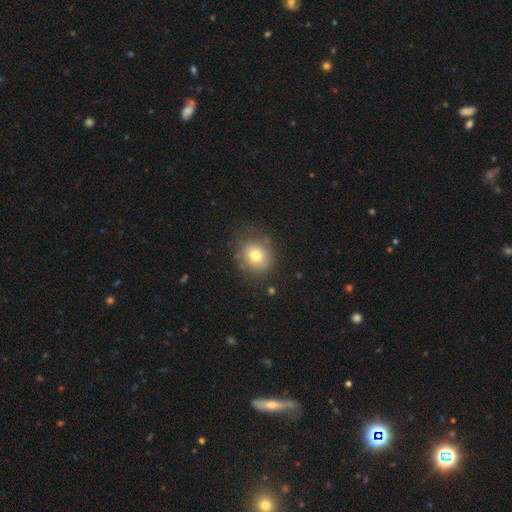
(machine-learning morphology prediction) Smooth or featured: smooth — 72% (featured or disk — 17%)
How rounded: round — 76% (in between — 23%)
Merging: none — 70% (minor disturbance — 20%)